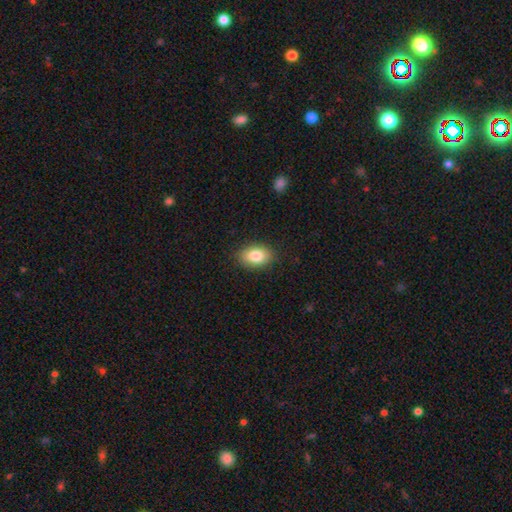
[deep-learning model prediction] Smooth or featured?
  - smooth: 84% *
  - featured or disk: 8%
  - star or artifact: 8%
How rounded?
  - in between: 88% *
  - round: 11%
  - cigar-shaped: 2%
Merging?
  - none: 87% *
  - minor disturbance: 10%
  - major disturbance: 2%
  - merger: 1%